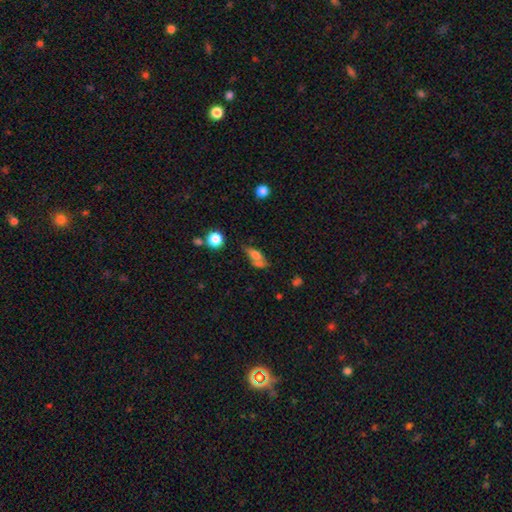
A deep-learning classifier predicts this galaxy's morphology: A smooth galaxy with no disk features (59%) that is in between round and cigar-shaped (66%).

Vote fractions:
- Smooth or featured? smooth: 59% / featured or disk: 28% / star or artifact: 12%
- How rounded? in between: 66% / cigar-shaped: 23% / round: 11%
- Merging? none: 38% / merger: 32% / minor disturbance: 18% / major disturbance: 12%